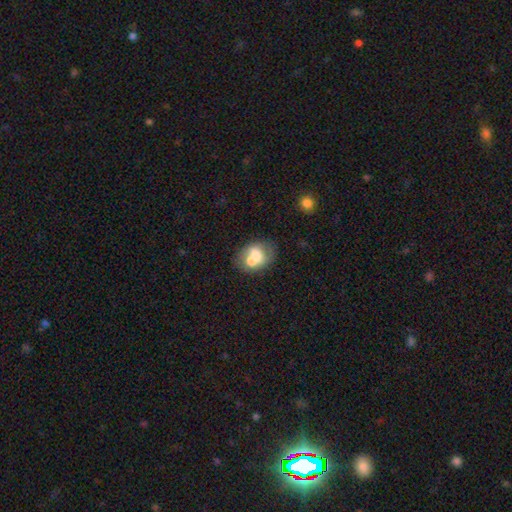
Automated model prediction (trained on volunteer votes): A smooth galaxy with no disk features (62%) that is in between round and cigar-shaped (58%).

Vote fractions:
- Smooth or featured? smooth: 62% / featured or disk: 29% / star or artifact: 8%
- How rounded? in between: 58% / round: 41% / cigar-shaped: 1%
- Merging? merger: 49% / none: 33% / minor disturbance: 12% / major disturbance: 5%